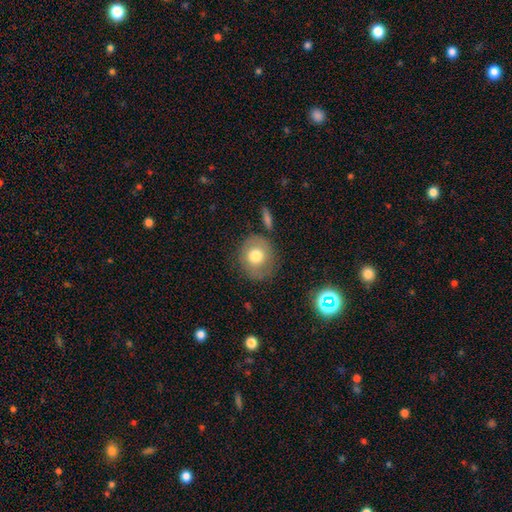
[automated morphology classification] Smooth or featured?
  - smooth: 69% *
  - featured or disk: 23%
  - star or artifact: 8%
How rounded?
  - round: 79% *
  - in between: 20%
  - cigar-shaped: 1%
Merging?
  - none: 76% *
  - minor disturbance: 15%
  - major disturbance: 5%
  - merger: 4%